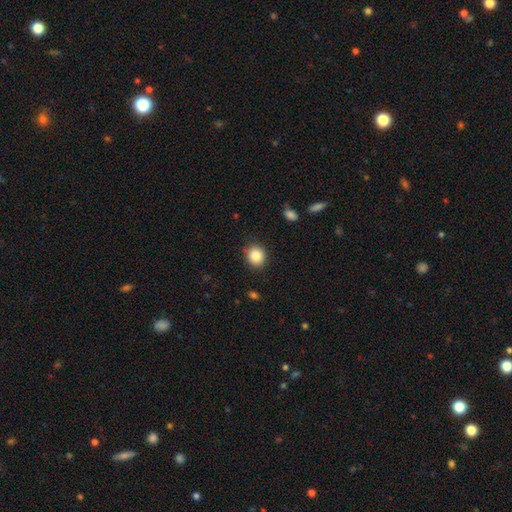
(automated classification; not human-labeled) smooth-or-featured: smooth: 85% | star or artifact: 9% | featured or disk: 5%
  how-rounded: round: 83% | in between: 16% | cigar-shaped: 1%
  merging: none: 87% | minor disturbance: 9% | major disturbance: 2% | merger: 1%